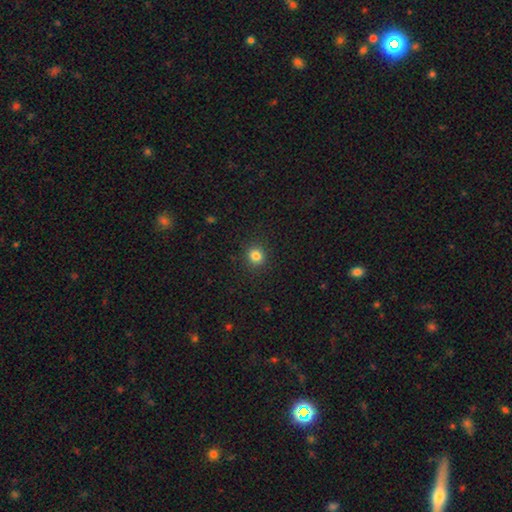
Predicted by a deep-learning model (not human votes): A smooth galaxy with no disk features (83%) that is round (86%). Merging: none (91%).